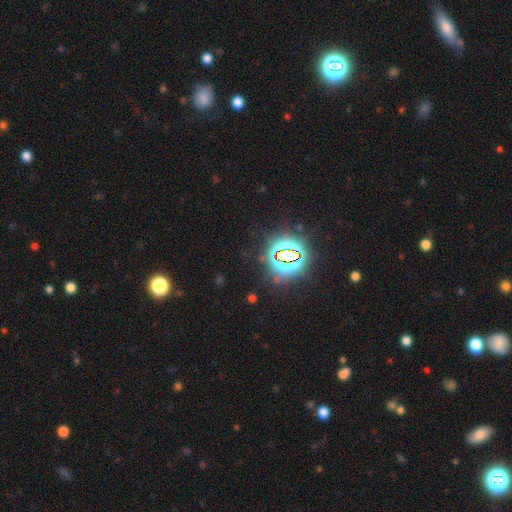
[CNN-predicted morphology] Smooth or featured? star or artifact (82%)